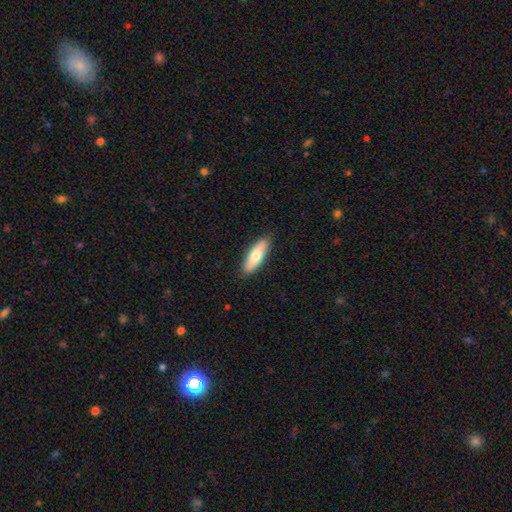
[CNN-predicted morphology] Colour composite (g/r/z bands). It shows a smooth galaxy with no disk features (67%) that is cigar-shaped (49%). Merging: none (88%).